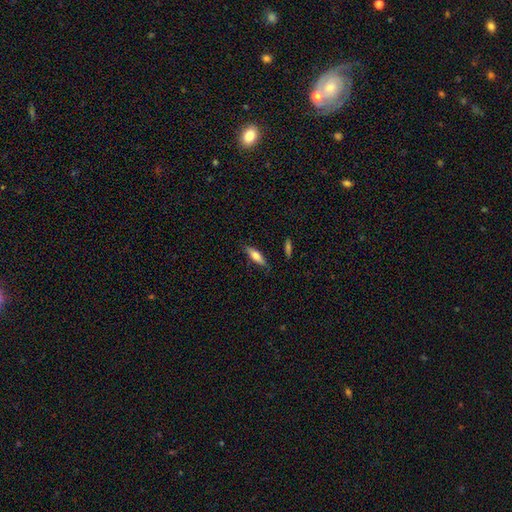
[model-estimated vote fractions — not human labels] Smooth or featured: smooth — 65% (featured or disk — 28%)
How rounded: cigar-shaped — 58% (in between — 40%)
Merging: none — 82% (minor disturbance — 13%)